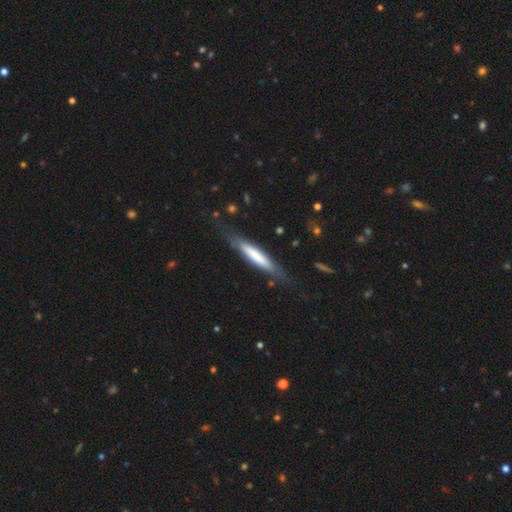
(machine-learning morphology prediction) Smooth or featured? Predicted: smooth (p=0.61). How rounded? Predicted: cigar-shaped (p=0.86). Merging? Predicted: none (p=0.72).